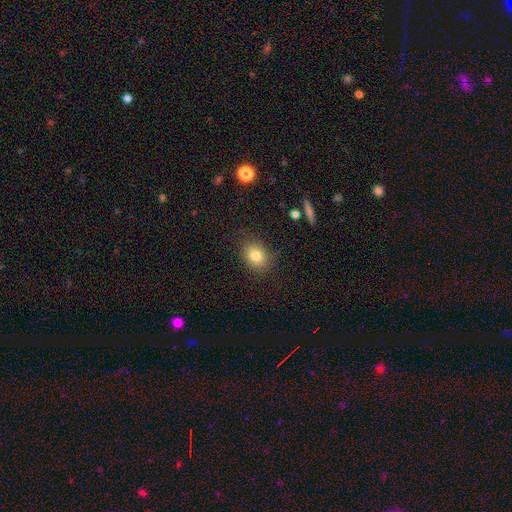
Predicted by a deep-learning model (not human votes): A smooth galaxy with no disk features (81%) that is round (52%).

Vote fractions:
- Smooth or featured? smooth: 81% / star or artifact: 11% / featured or disk: 8%
- How rounded? round: 52% / in between: 47% / cigar-shaped: 1%
- Merging? none: 83% / minor disturbance: 12% / major disturbance: 4% / merger: 1%